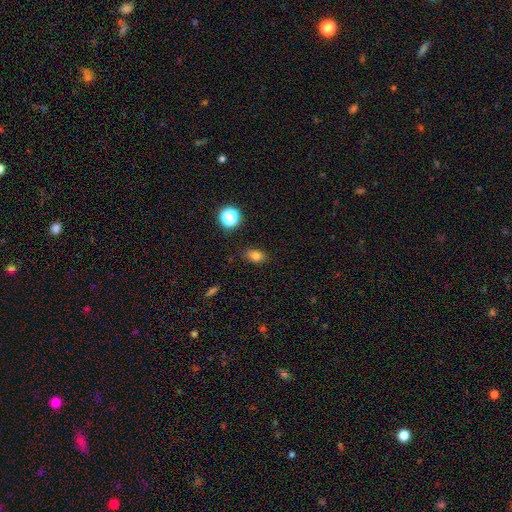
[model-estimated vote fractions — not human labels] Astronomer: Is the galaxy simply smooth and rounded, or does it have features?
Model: smooth — 79%.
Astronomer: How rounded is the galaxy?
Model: in between — 73%.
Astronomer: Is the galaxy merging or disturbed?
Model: none — 83%.